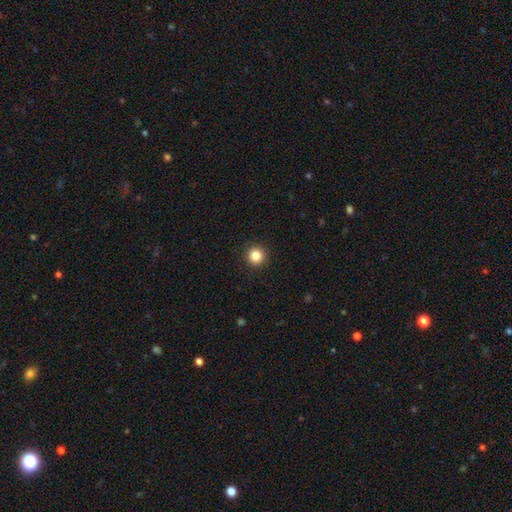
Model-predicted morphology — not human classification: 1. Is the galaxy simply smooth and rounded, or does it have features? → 85% smooth, 11% star or artifact, 4% featured or disk.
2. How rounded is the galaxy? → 95% round, 4% in between, 1% cigar-shaped.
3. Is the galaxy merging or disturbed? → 93% none, 4% minor disturbance, 2% major disturbance, 1% merger.